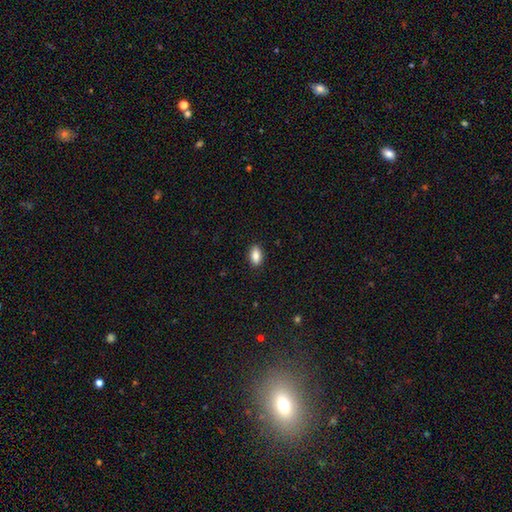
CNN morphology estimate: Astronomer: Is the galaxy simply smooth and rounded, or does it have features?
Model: smooth — 87%.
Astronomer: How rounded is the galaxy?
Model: in between — 90%.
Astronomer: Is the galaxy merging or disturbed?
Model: none — 89%.